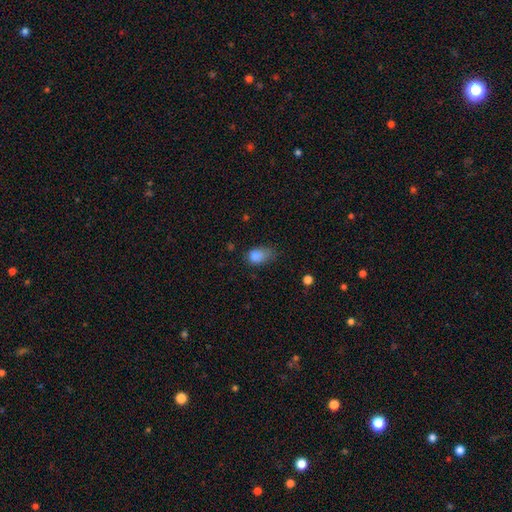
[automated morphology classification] The model was most divided on "merging": minor disturbance: 39%, none: 35%, major disturbance: 21%, merger: 4%. More confident: smooth or featured — smooth (81%); how rounded — in between (75%).